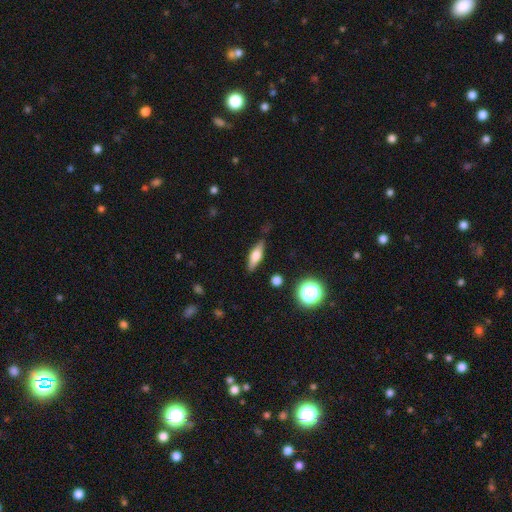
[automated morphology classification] smooth 49%, featured or disk 42%, star or artifact 9%. Down the decision tree: merging — none (83%).